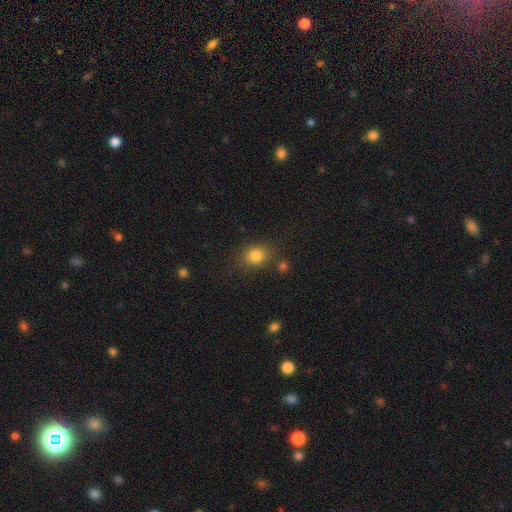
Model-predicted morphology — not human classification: The model was most divided on "how rounded": round: 59%, in between: 40%, cigar-shaped: 1%. More confident: smooth or featured — smooth (82%); merging — none (76%).